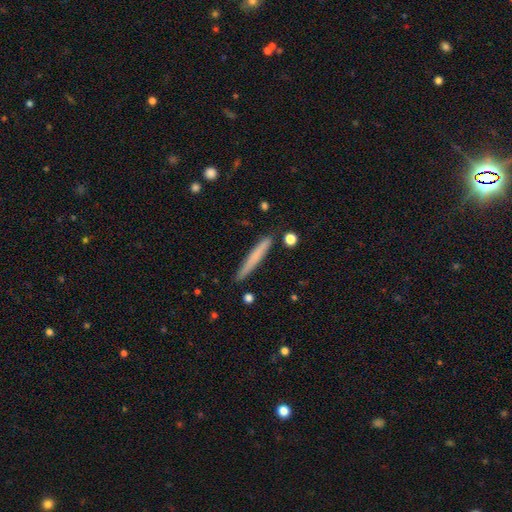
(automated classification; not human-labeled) Smooth or featured?
  - smooth: 68% *
  - featured or disk: 26%
  - star or artifact: 6%
How rounded?
  - cigar-shaped: 96% *
  - in between: 2%
  - round: 1%
Merging?
  - none: 88% *
  - minor disturbance: 9%
  - merger: 2%
  - major disturbance: 2%